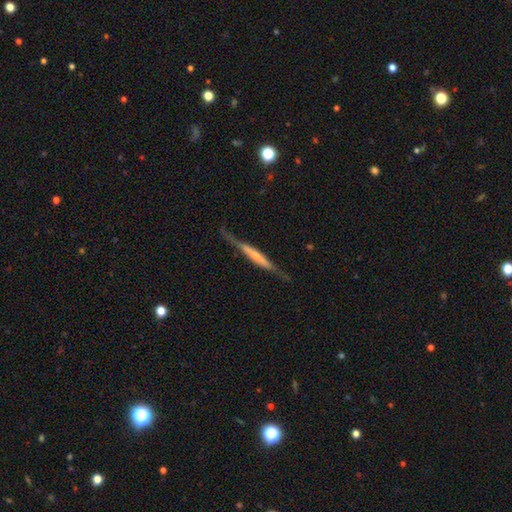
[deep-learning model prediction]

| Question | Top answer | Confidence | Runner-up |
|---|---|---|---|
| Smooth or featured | featured or disk | 65% | smooth (30%) |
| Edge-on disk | yes | 91% | no (9%) |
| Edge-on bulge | none | 44% | rounded (37%) |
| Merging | none | 69% | minor disturbance (21%) |